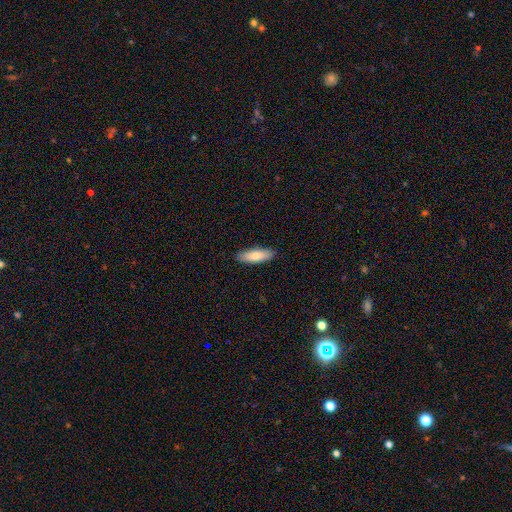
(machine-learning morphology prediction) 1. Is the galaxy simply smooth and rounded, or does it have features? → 82% smooth, 13% featured or disk, 5% star or artifact.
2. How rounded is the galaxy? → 51% in between, 48% cigar-shaped, 2% round.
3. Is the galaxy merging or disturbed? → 89% none, 8% minor disturbance, 2% major disturbance, 1% merger.